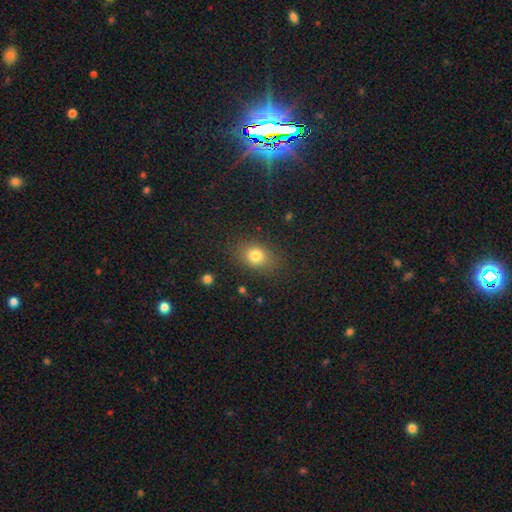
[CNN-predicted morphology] smooth-or-featured: smooth: 79% | star or artifact: 13% | featured or disk: 8%
  how-rounded: in between: 55% | round: 44% | cigar-shaped: 2%
  merging: none: 82% | minor disturbance: 12% | major disturbance: 4% | merger: 2%